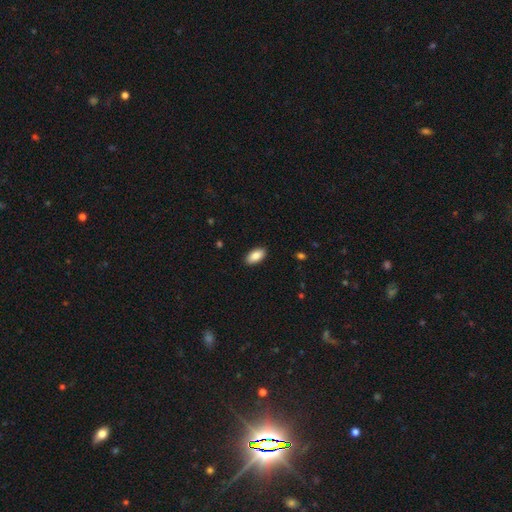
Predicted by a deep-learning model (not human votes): smooth_or_featured: smooth (p=0.86) [alt: featured or disk p=0.07]
how_rounded: in between (p=0.93) [alt: cigar-shaped p=0.04]
merging: none (p=0.90) [alt: minor disturbance p=0.07]